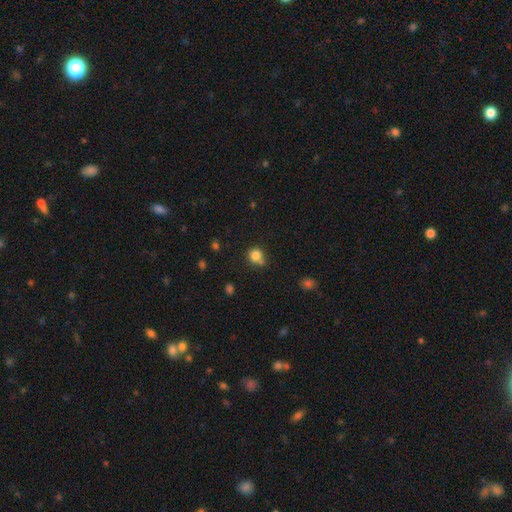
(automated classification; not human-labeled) Smooth or featured?
  - smooth: 81% *
  - star or artifact: 12%
  - featured or disk: 7%
How rounded?
  - round: 84% *
  - in between: 15%
  - cigar-shaped: 1%
Merging?
  - none: 58% *
  - minor disturbance: 20%
  - merger: 16%
  - major disturbance: 6%